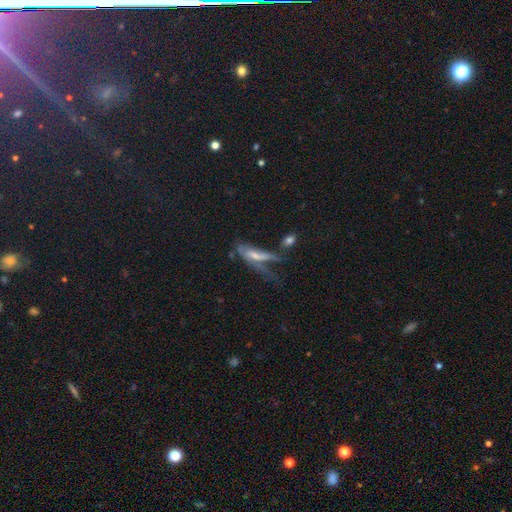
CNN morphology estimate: This appears to be a smooth galaxy with no disk features (46%). Merging: major disturbance (43%).